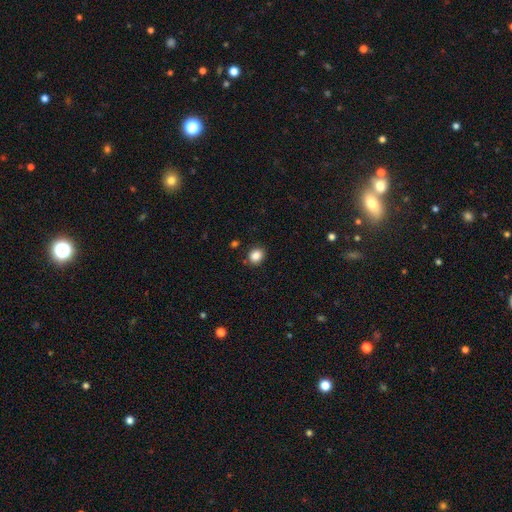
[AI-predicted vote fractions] The model was most divided on "how rounded": round: 65%, in between: 34%, cigar-shaped: 1%. More confident: smooth or featured — smooth (86%); merging — none (86%).